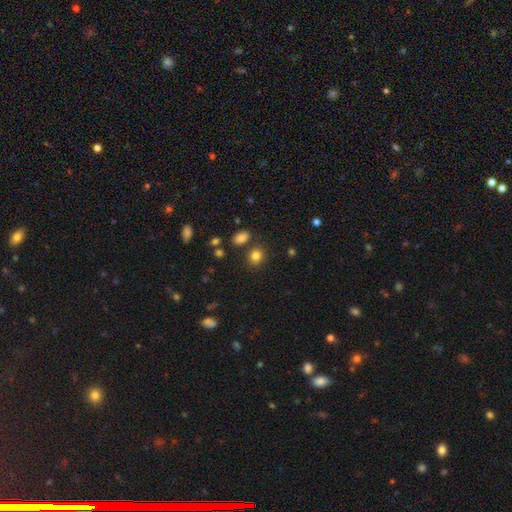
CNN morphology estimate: This appears to be a smooth galaxy with no disk features (83%) that is round (64%). Merging: none (79%).